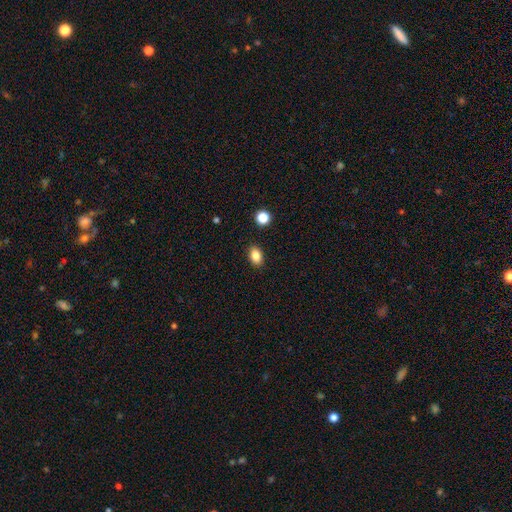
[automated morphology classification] type=smooth (84%); roundness=in between (84%); merging=none (89%).